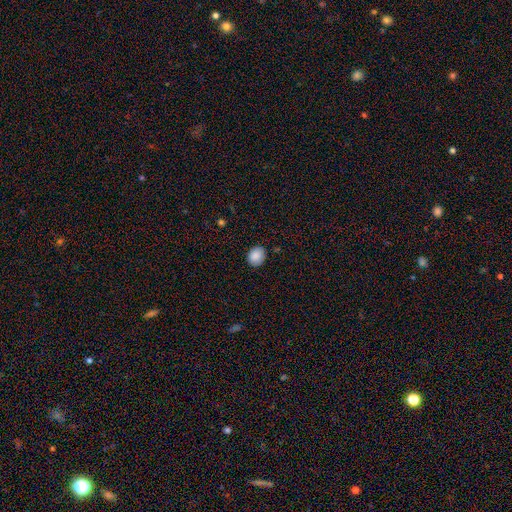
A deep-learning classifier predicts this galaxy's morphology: Smooth or featured? smooth (88%)
How rounded? round (61%)
Merging? none (85%)